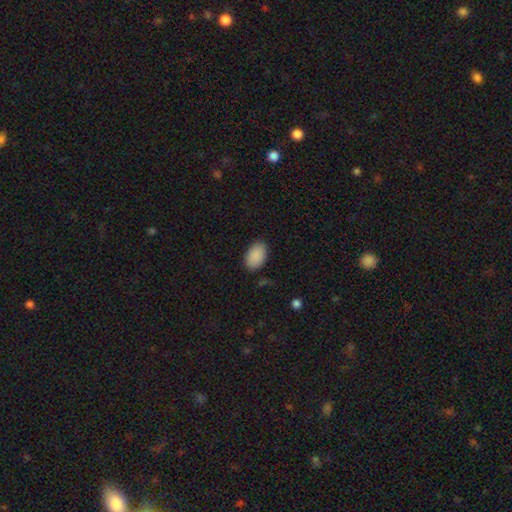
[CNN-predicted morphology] This is clearly a smooth galaxy (90%). How rounded: clearly in between (92%). Merging: clearly none (86%).